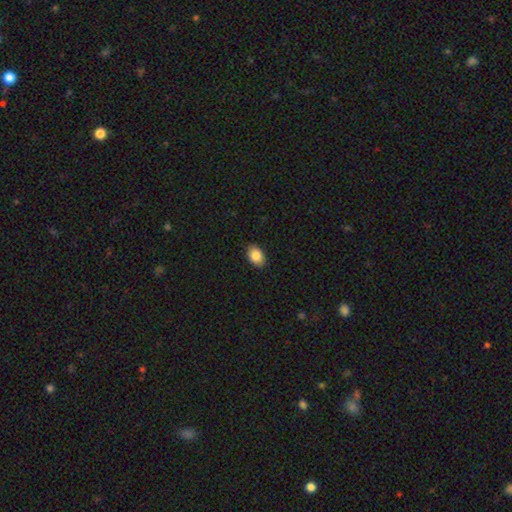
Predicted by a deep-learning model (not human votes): Smooth or featured: smooth — 85% (star or artifact — 7%)
How rounded: in between — 87% (round — 12%)
Merging: none — 89% (minor disturbance — 8%)